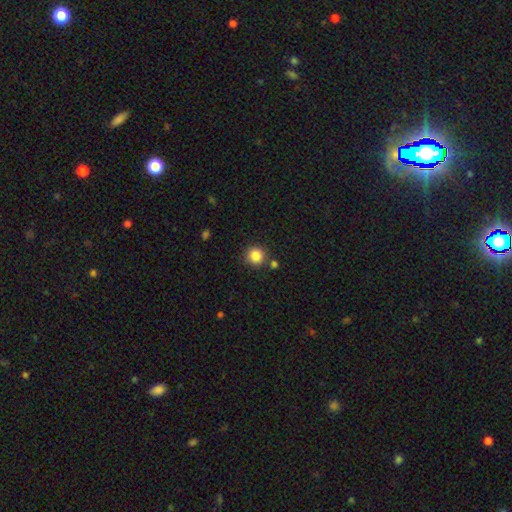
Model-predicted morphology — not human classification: Smooth or featured?
  - smooth: 86% *
  - star or artifact: 10%
  - featured or disk: 4%
How rounded?
  - round: 92% *
  - in between: 7%
  - cigar-shaped: 1%
Merging?
  - none: 82% *
  - minor disturbance: 8%
  - merger: 7%
  - major disturbance: 3%